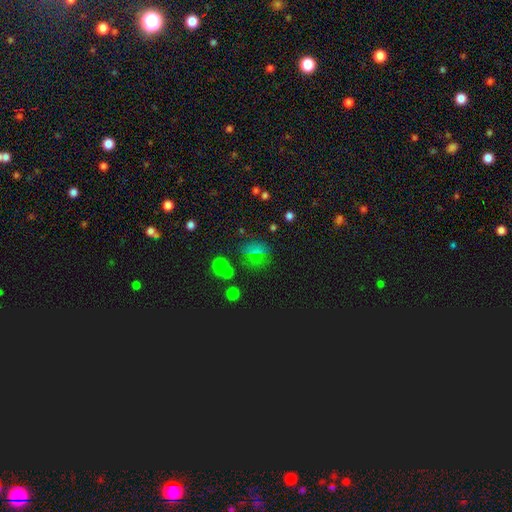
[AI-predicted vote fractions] Smooth or featured? Predicted: smooth (p=0.52). How rounded? Predicted: round (p=0.67). Merging? Predicted: none (p=0.63).